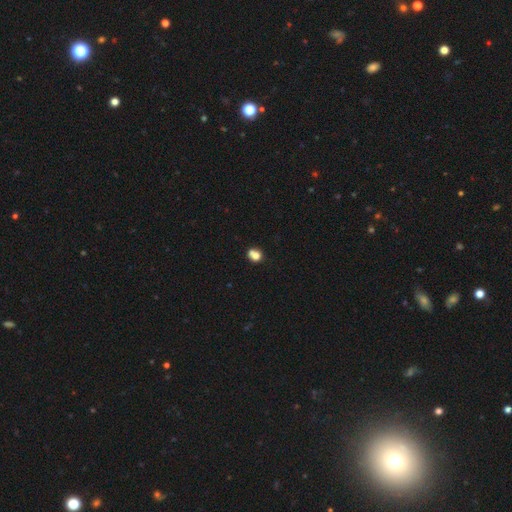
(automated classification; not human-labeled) smooth_or_featured: smooth (p=0.74) [alt: featured or disk p=0.13]
how_rounded: round (p=0.65) [alt: in between p=0.34]
merging: none (p=0.44) [alt: merger p=0.37]